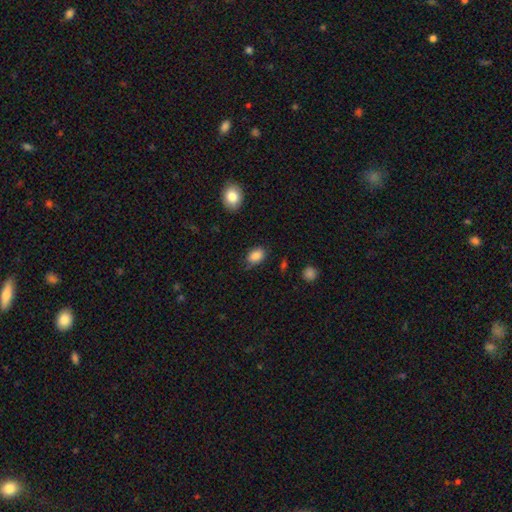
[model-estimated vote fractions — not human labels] A smooth galaxy with no disk features (86%) that is in between round and cigar-shaped (82%). Merging: none (74%).